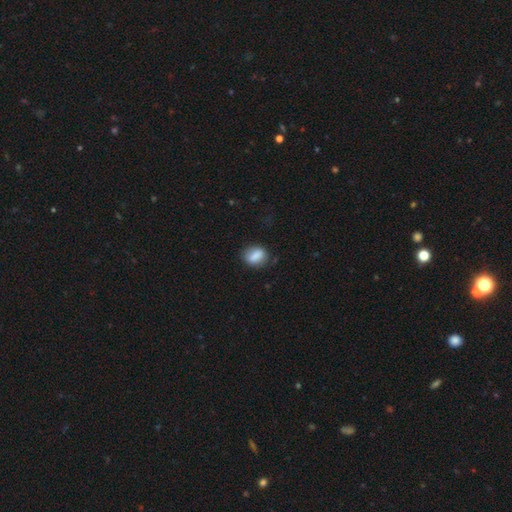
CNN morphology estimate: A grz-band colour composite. It shows a smooth galaxy with no disk features (82%) that is in between round and cigar-shaped (66%). Merging: none (77%).